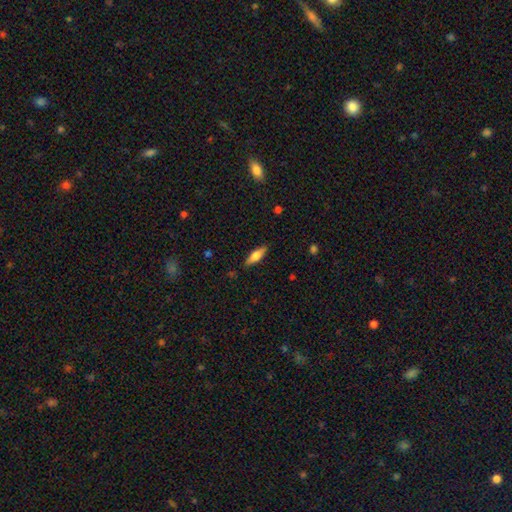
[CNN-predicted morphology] This appears to be a smooth galaxy with no disk features (58%) that is cigar-shaped (50%). Merging: none (86%).